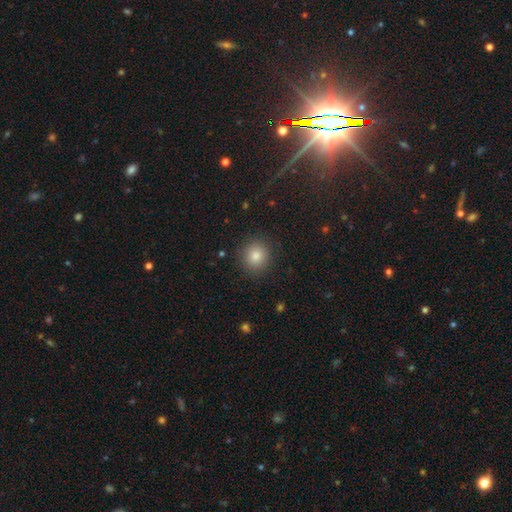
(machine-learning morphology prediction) Smooth or featured? Predicted: smooth (p=0.81). How rounded? Predicted: round (p=0.87). Merging? Predicted: none (p=0.90).